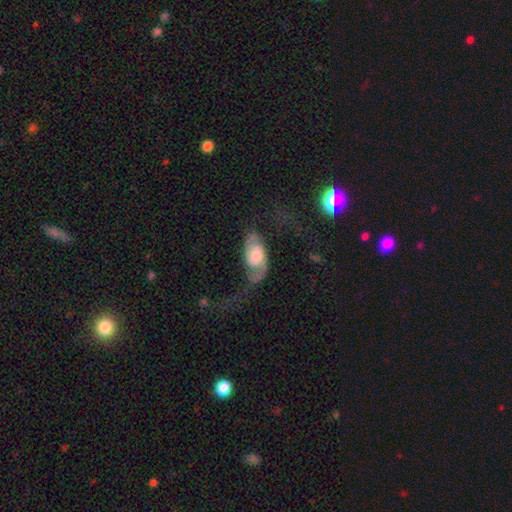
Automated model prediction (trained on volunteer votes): This is likely a featured or disk galaxy (74%). It is clearly not viewed edge-on (94%). Bar: possibly no (58%). Spiral arm pattern: clearly yes (92%). Spiral arm count: clearly 2 (86%). Spiral winding: possibly loose (52%). Central bulge: possibly moderate (47%). Merging: marginally major disturbance (40%).